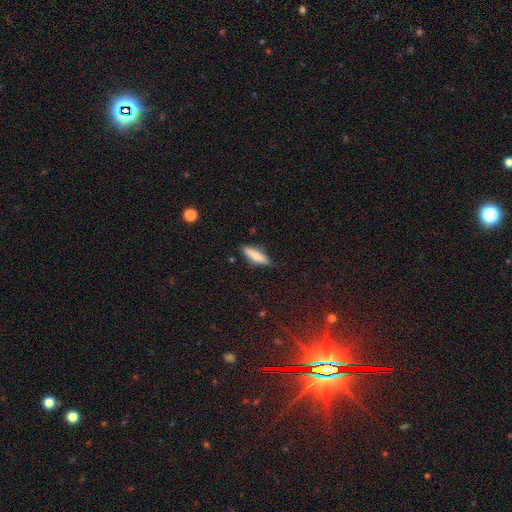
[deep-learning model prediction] smooth_or_featured: smooth (p=0.76) [alt: featured or disk p=0.17]
how_rounded: cigar-shaped (p=0.64) [alt: in between p=0.34]
merging: none (p=0.83) [alt: minor disturbance p=0.13]